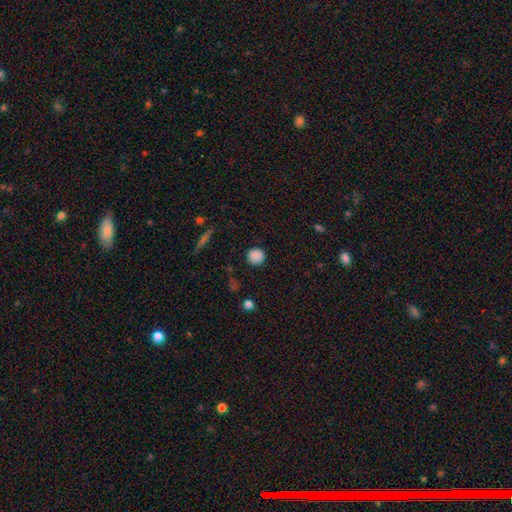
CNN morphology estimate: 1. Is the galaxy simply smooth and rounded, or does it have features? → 86% smooth, 10% star or artifact, 4% featured or disk.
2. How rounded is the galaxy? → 91% round, 8% in between, 1% cigar-shaped.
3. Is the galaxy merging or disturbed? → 88% none, 8% minor disturbance, 2% major disturbance, 1% merger.